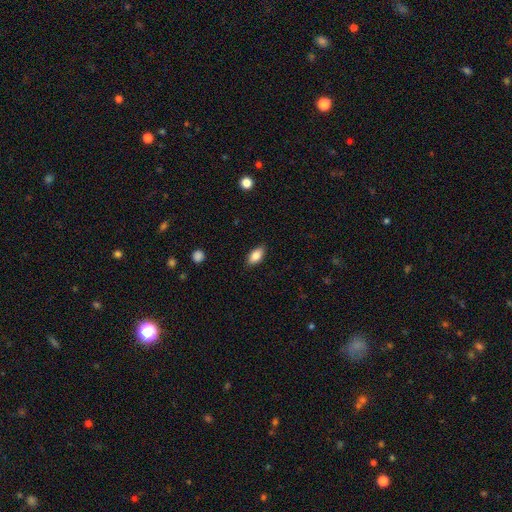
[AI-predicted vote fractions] Smooth or featured? smooth (84%)
How rounded? in between (89%)
Merging? none (87%)